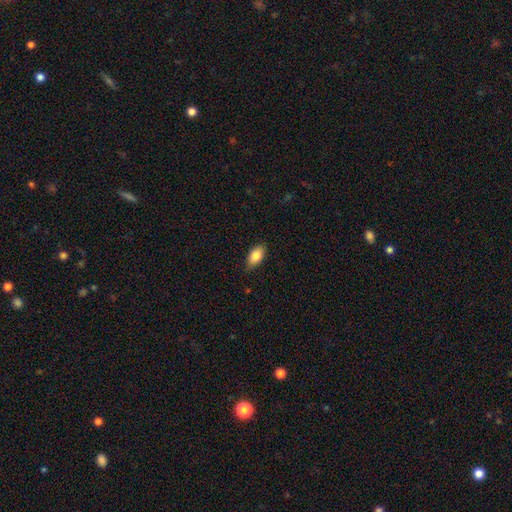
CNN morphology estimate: A smooth galaxy with no disk features (83%) that is in between round and cigar-shaped (91%). Merging: none (82%).